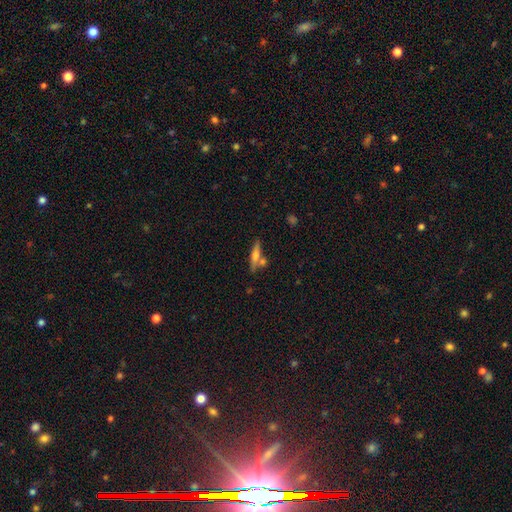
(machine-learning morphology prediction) Smooth or featured?
  - smooth: 51% *
  - featured or disk: 41%
  - star or artifact: 8%
How rounded?
  - cigar-shaped: 77% *
  - in between: 20%
  - round: 3%
Merging?
  - none: 64% *
  - merger: 19%
  - minor disturbance: 13%
  - major disturbance: 4%